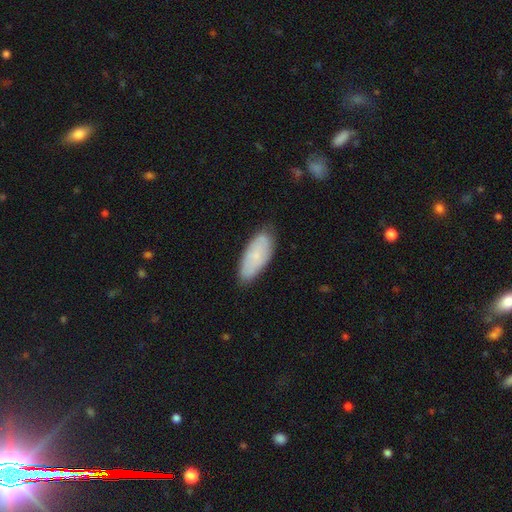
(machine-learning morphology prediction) Q: Smooth or featured?
A: smooth (70%); runner-up: featured or disk (24%)
Q: How rounded?
A: in between (85%); runner-up: cigar-shaped (13%)
Q: Merging?
A: none (74%); runner-up: minor disturbance (21%)